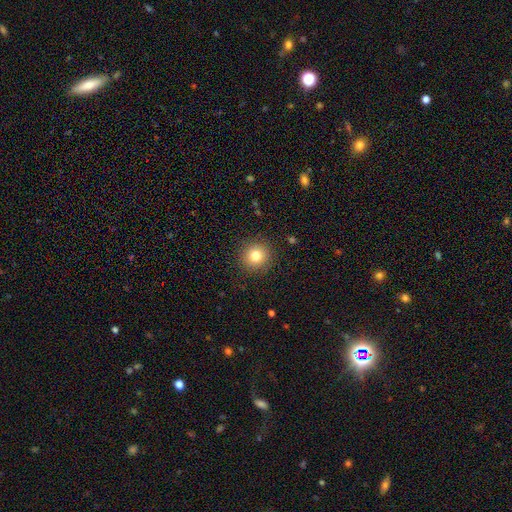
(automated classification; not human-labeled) The model was most divided on "smooth or featured": smooth: 80%, star or artifact: 12%, featured or disk: 8%. More confident: how rounded — round (93%); merging — none (90%).